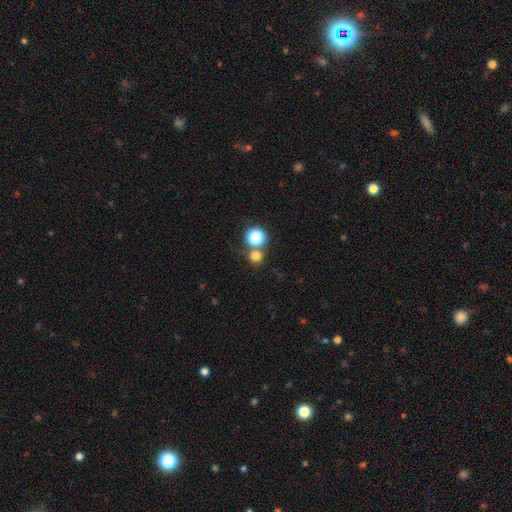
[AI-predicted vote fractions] smooth-or-featured: smooth: 73% | star or artifact: 21% | featured or disk: 6%
  how-rounded: round: 90% | in between: 9% | cigar-shaped: 1%
  merging: none: 68% | merger: 22% | minor disturbance: 7% | major disturbance: 3%